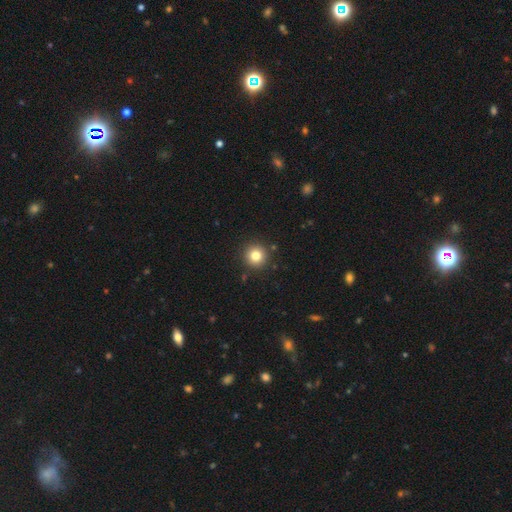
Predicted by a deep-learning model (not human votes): smooth-or-featured: smooth: 81% | star or artifact: 12% | featured or disk: 7%
  how-rounded: round: 95% | in between: 4% | cigar-shaped: 1%
  merging: none: 90% | minor disturbance: 6% | major disturbance: 2% | merger: 2%